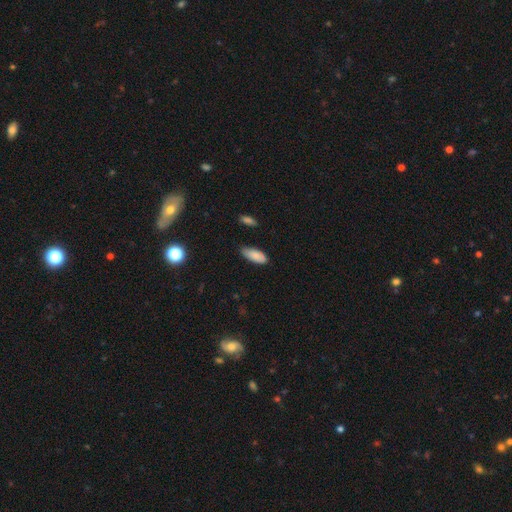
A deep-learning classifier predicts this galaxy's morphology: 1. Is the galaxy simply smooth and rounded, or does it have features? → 85% smooth, 8% featured or disk, 7% star or artifact.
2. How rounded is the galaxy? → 83% in between, 15% cigar-shaped, 2% round.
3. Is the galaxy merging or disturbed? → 72% none, 23% minor disturbance, 3% major disturbance, 2% merger.